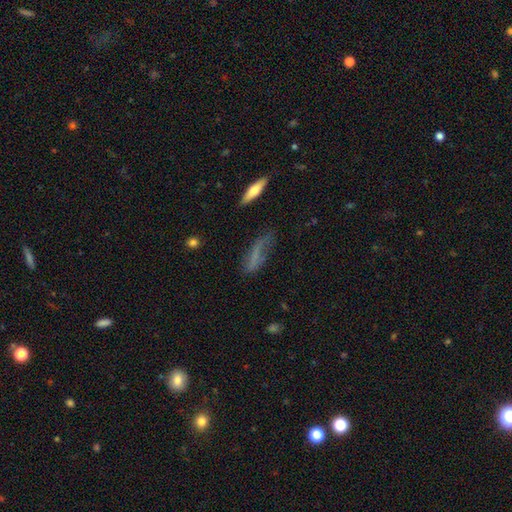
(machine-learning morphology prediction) This is possibly a smooth galaxy (54%). How rounded: possibly cigar-shaped (56%). Merging: possibly none (48%).